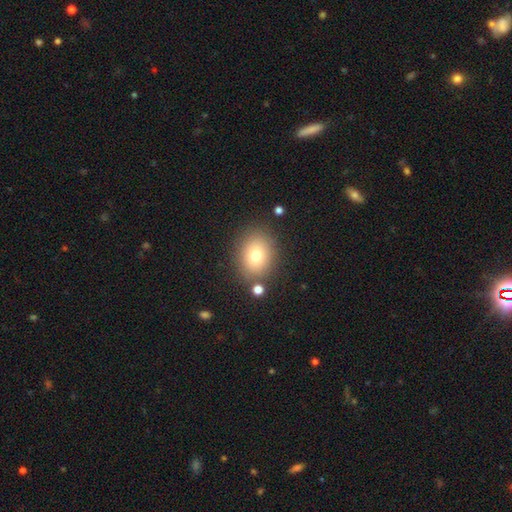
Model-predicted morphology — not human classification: smooth_or_featured: smooth (p=0.76) [alt: featured or disk p=0.12]
how_rounded: in between (p=0.51) [alt: round p=0.48]
merging: none (p=0.81) [alt: minor disturbance p=0.11]